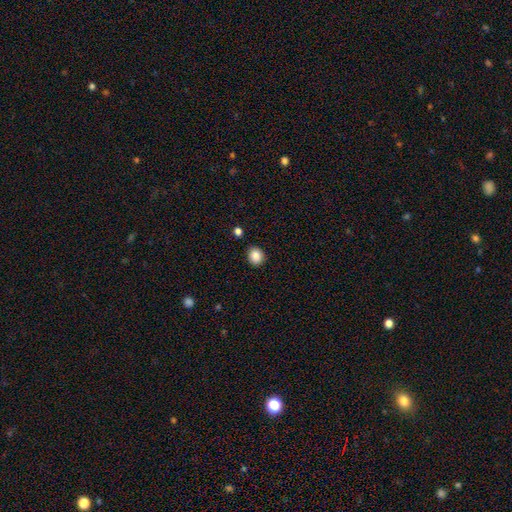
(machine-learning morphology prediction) Smooth or featured? smooth (87%)
How rounded? round (73%)
Merging? none (88%)